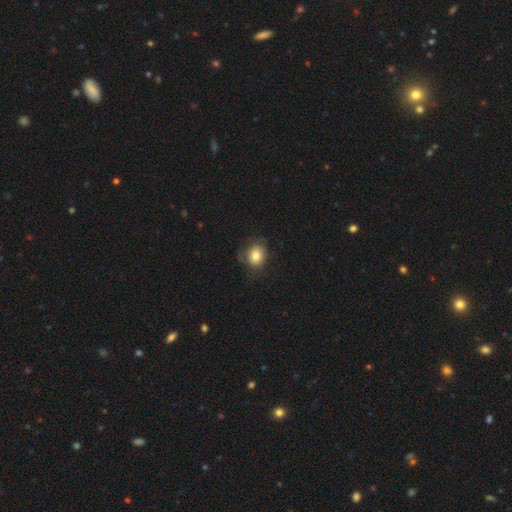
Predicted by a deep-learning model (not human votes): smooth_or_featured: smooth (p=0.82) [alt: star or artifact p=0.09]
how_rounded: round (p=0.58) [alt: in between p=0.41]
merging: none (p=0.70) [alt: minor disturbance p=0.21]